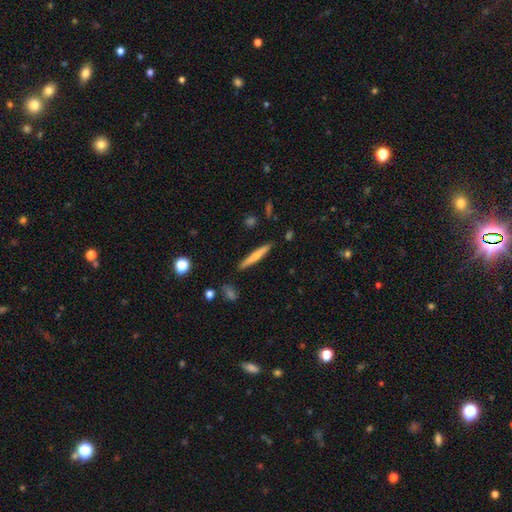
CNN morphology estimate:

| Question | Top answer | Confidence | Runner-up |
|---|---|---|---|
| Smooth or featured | smooth | 64% | featured or disk (30%) |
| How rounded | cigar-shaped | 94% | in between (4%) |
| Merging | none | 88% | minor disturbance (8%) |